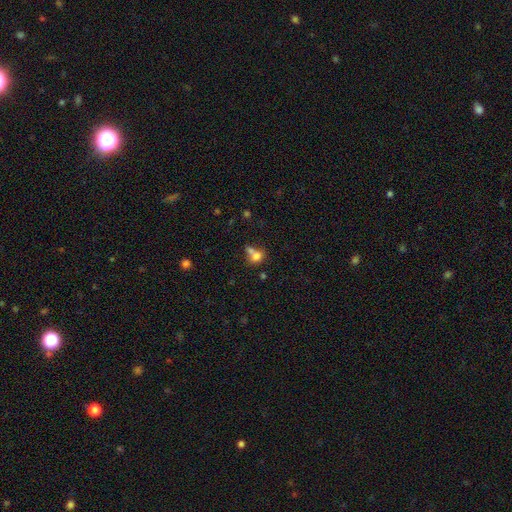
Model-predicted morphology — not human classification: Smooth or featured? smooth (75%)
How rounded? round (50%)
Merging? merger (50%)